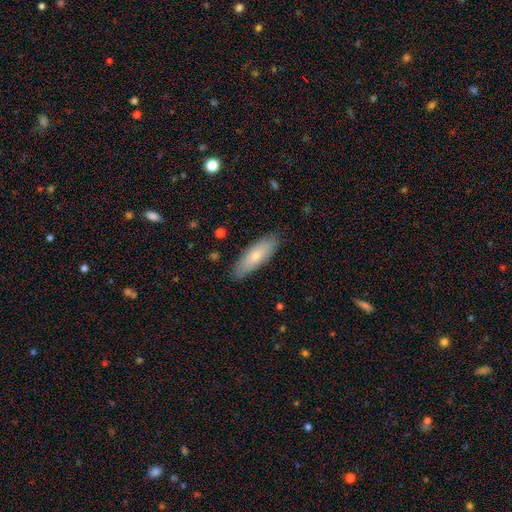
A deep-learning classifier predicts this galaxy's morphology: A smooth galaxy with no disk features (70%) that is in between round and cigar-shaped (54%). Merging: none (86%).